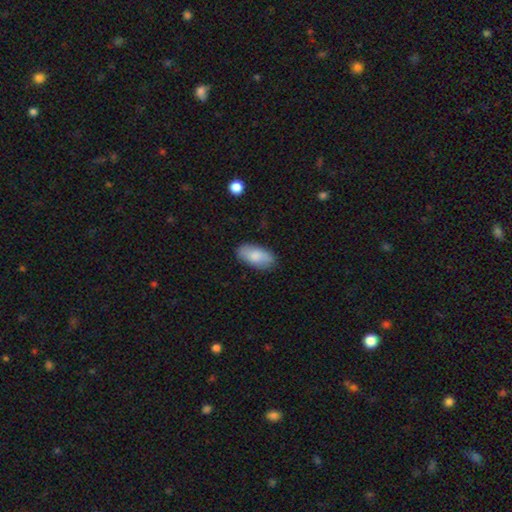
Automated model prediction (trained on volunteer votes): This appears to be a smooth galaxy with no disk features (81%) that is in between round and cigar-shaped (92%). Merging: none (84%).